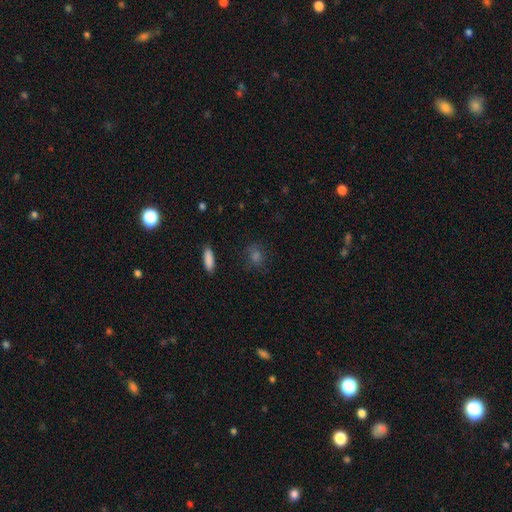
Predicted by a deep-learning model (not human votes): smooth-or-featured: smooth: 68% | star or artifact: 22% | featured or disk: 10%
  how-rounded: in between: 46% | round: 44% | cigar-shaped: 10%
  merging: none: 82% | minor disturbance: 12% | major disturbance: 4% | merger: 2%